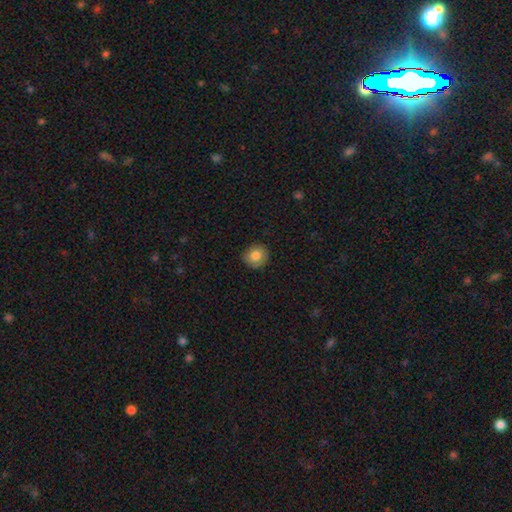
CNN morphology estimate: smooth_or_featured: smooth (p=0.81) [alt: featured or disk p=0.11]
how_rounded: round (p=0.88) [alt: in between p=0.11]
merging: none (p=0.87) [alt: minor disturbance p=0.10]